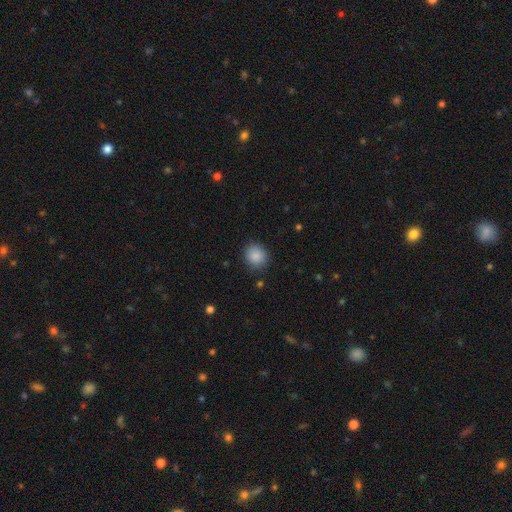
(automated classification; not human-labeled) A smooth galaxy with no disk features (87%) that is round (83%).

Vote fractions:
- Smooth or featured? smooth: 87% / star or artifact: 9% / featured or disk: 4%
- How rounded? round: 83% / in between: 16% / cigar-shaped: 1%
- Merging? none: 87% / minor disturbance: 9% / major disturbance: 3% / merger: 1%